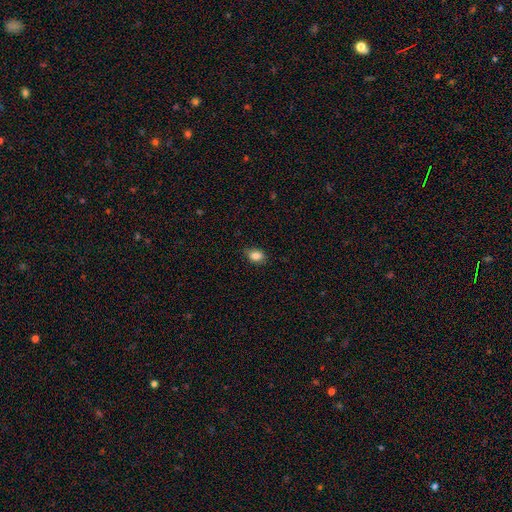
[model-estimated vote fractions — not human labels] smooth 86%, star or artifact 9%, featured or disk 5%. Down the decision tree: how rounded — in between (75%); merging — none (81%).